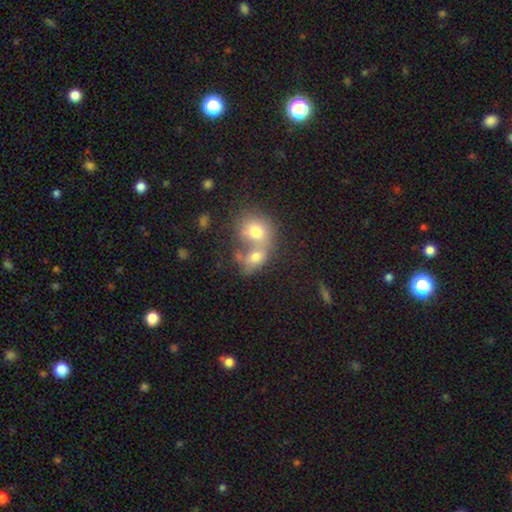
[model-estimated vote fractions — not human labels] smooth 66%, featured or disk 22%, star or artifact 12%. Down the decision tree: how rounded — round (53%); merging — merger (69%).